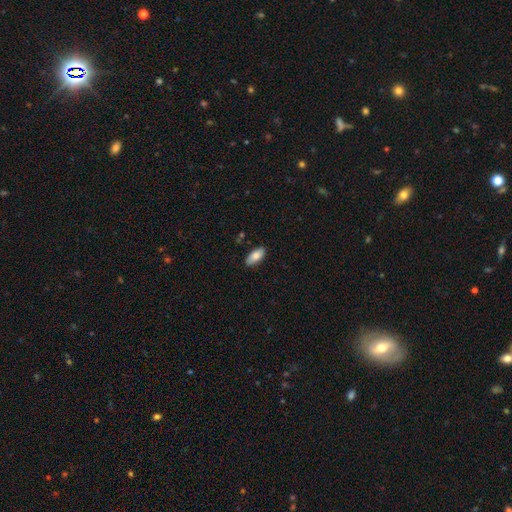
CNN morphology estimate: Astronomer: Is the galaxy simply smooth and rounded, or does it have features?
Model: smooth — 84%.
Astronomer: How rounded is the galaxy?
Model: in between — 89%.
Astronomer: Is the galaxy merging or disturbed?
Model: none — 86%.